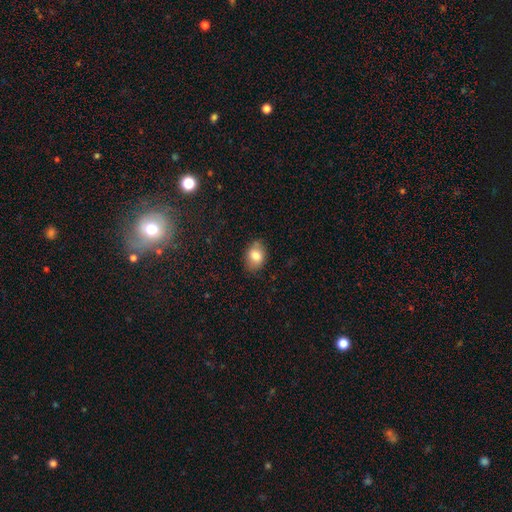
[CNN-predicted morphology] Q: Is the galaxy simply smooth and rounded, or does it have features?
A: smooth — 80%.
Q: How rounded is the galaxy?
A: in between — 71%.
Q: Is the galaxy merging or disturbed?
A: none — 79%.